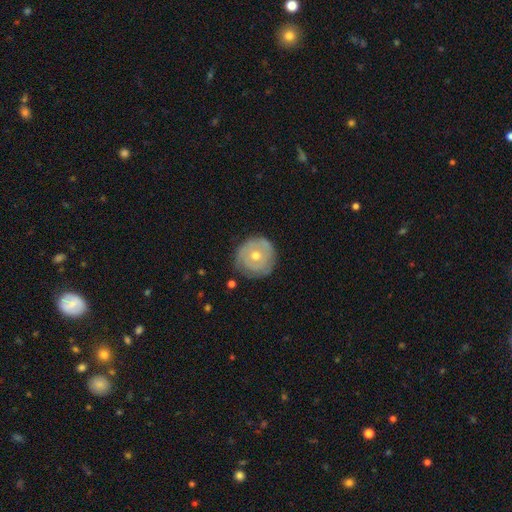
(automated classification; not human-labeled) Q: Smooth or featured?
A: featured or disk (65%); runner-up: smooth (29%)
Q: Edge-on disk?
A: no (97%); runner-up: yes (3%)
Q: Bar?
A: no (81%); runner-up: weak (16%)
Q: Spiral arms?
A: yes (70%); runner-up: no (30%)
Q: Bulge size?
A: moderate (67%); runner-up: small (29%)
Q: Merging?
A: none (79%); runner-up: minor disturbance (16%)